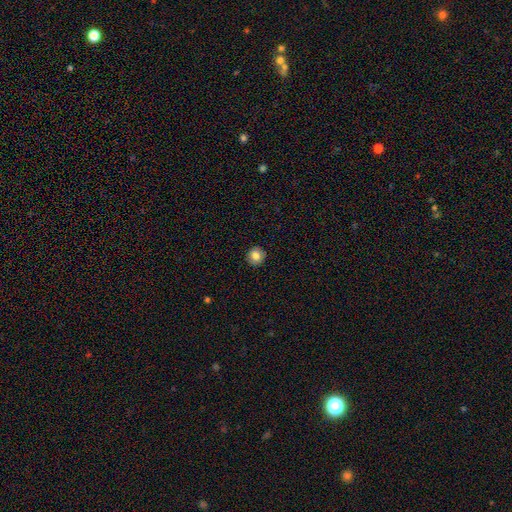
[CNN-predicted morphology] A smooth galaxy with no disk features (81%) that is round (91%). Merging: none (91%).